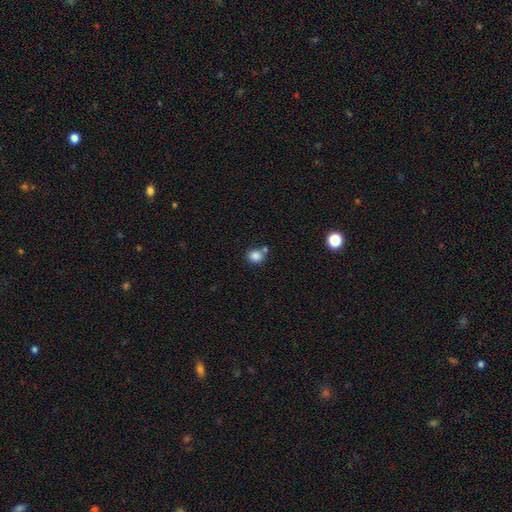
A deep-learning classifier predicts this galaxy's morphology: Overall: smooth (85%). How rounded: round (78%). Merging: none (65%).